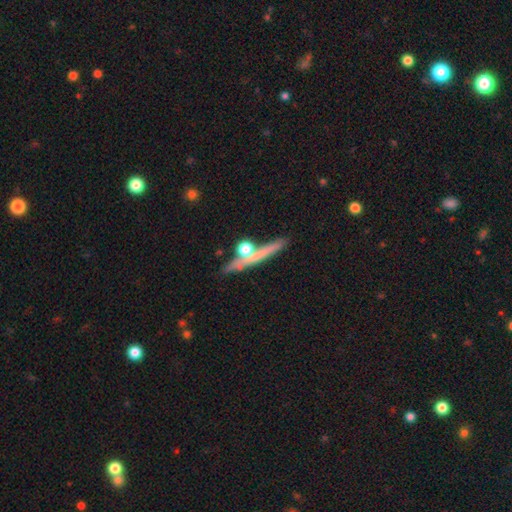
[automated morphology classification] Overall: featured or disk (51%; smooth 39%). Edge-on disk: yes (91%). Merging: none (72%).